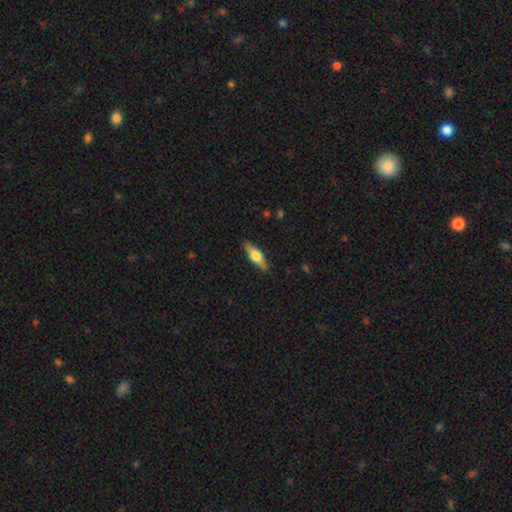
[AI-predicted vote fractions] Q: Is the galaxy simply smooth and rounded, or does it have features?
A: featured or disk — 53%.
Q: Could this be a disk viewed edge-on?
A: yes — 93%.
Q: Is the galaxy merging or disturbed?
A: none — 89%.